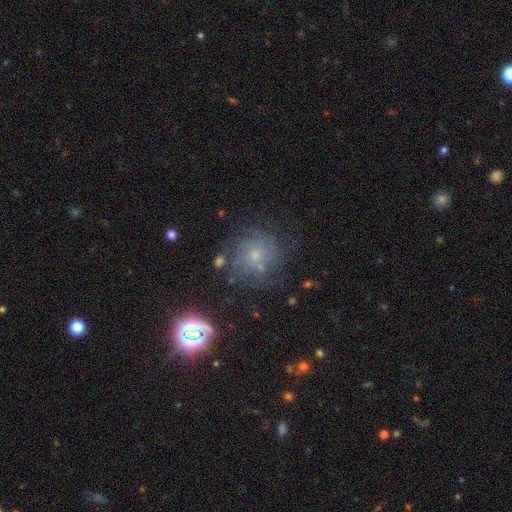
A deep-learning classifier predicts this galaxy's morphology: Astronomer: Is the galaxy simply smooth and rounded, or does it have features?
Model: featured or disk — 43% (runner-up: smooth, 35%).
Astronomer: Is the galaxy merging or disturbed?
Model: none — 63%.